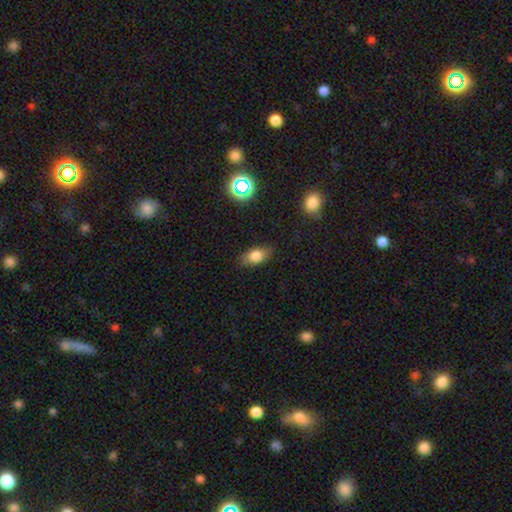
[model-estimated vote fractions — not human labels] This appears to be a smooth galaxy with no disk features (78%) that is in between round and cigar-shaped (87%). Merging: none (83%).